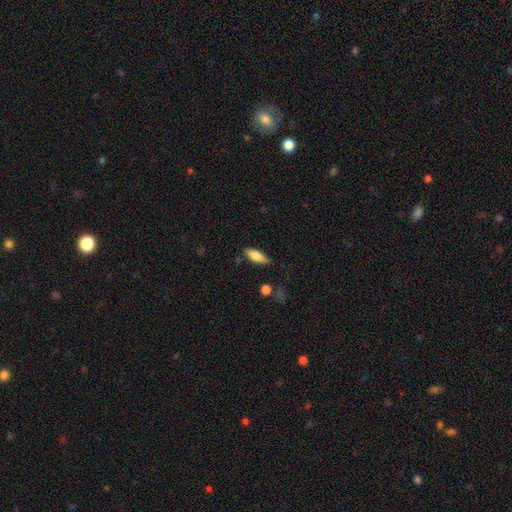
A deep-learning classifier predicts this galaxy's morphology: smooth 74%, featured or disk 19%, star or artifact 7%. Down the decision tree: how rounded — in between (71%); merging — none (81%).